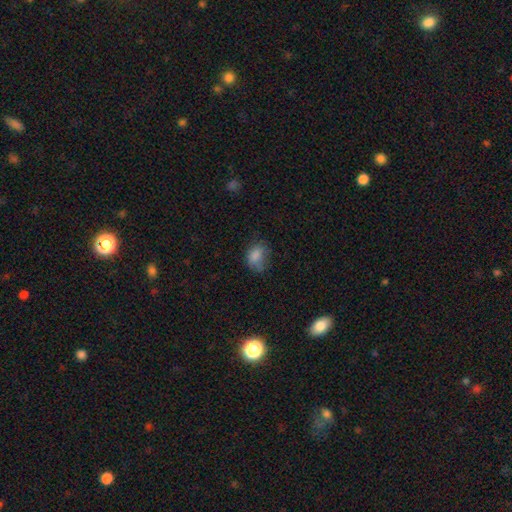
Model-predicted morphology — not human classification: type=smooth (81%); roundness=in between (74%); merging=none (52%).